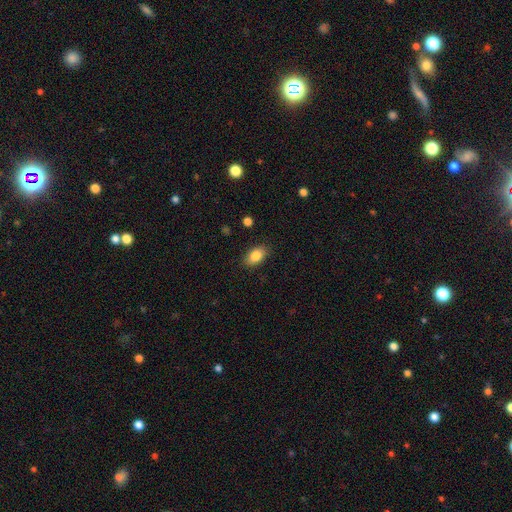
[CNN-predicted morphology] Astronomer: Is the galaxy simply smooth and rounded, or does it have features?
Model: smooth — 86%.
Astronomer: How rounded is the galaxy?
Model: in between — 90%.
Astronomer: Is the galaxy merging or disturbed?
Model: none — 86%.